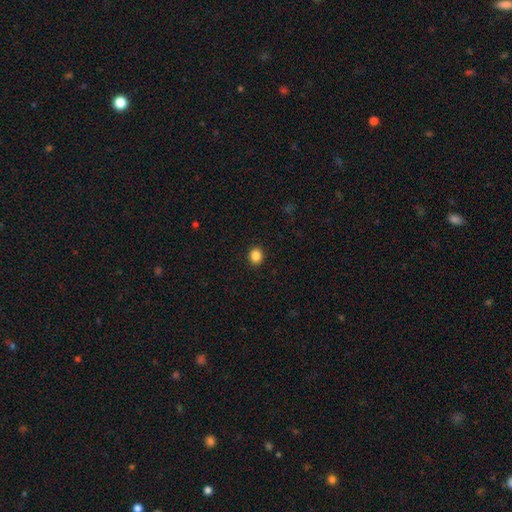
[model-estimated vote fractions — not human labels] Smooth or featured? Predicted: smooth (p=0.87). How rounded? Predicted: round (p=0.67). Merging? Predicted: none (p=0.92).